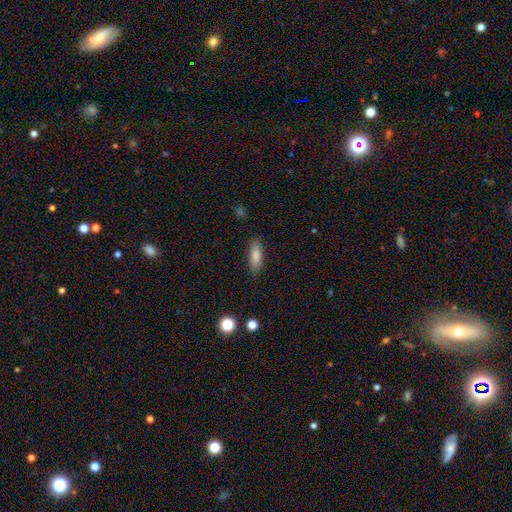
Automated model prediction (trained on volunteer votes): This is clearly a smooth galaxy (82%). How rounded: possibly in between (58%). Merging: clearly none (87%).